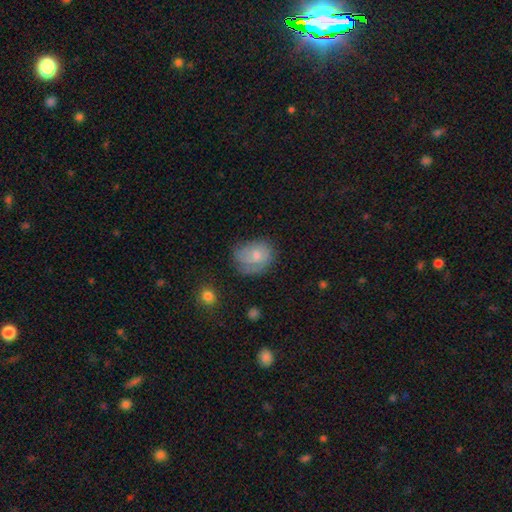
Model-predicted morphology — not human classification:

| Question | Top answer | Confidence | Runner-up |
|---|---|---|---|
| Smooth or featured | smooth | 55% | featured or disk (36%) |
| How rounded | round | 51% | in between (48%) |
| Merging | none | 53% | minor disturbance (29%) |